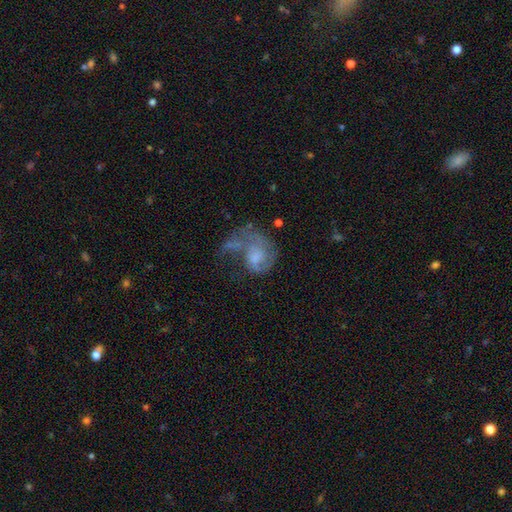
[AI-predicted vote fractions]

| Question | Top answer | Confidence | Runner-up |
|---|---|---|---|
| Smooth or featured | featured or disk | 65% | smooth (25%) |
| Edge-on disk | no | 98% | yes (2%) |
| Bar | no | 74% | weak (23%) |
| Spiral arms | yes | 72% | no (28%) |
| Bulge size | moderate | 32% | none (28%) |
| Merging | major disturbance | 50% | none (24%) |